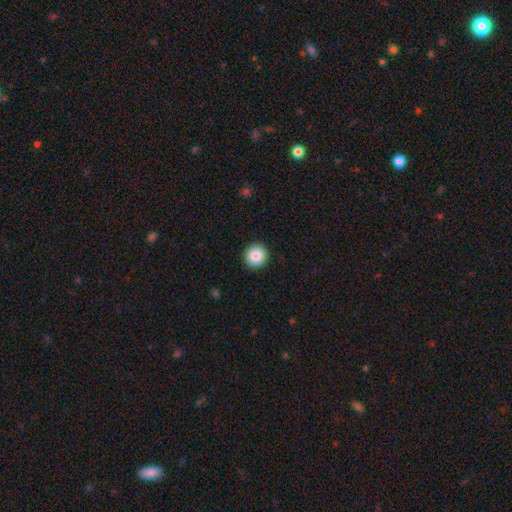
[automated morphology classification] Overall: smooth (87%). How rounded: round (95%). Merging: none (92%).